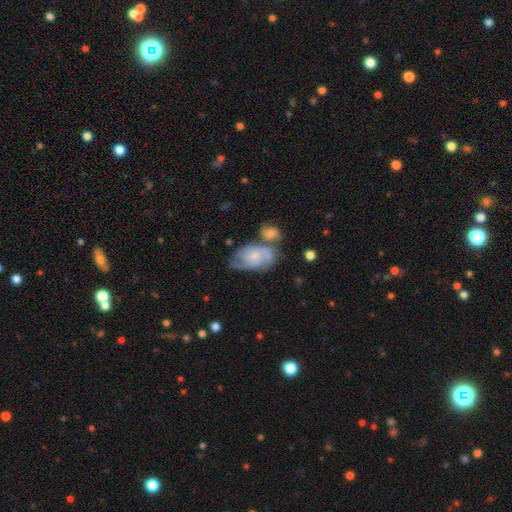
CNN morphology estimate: Smooth or featured? Predicted: featured or disk (p=0.68). Edge-on disk? Predicted: no (p=0.96). Bar? Predicted: no (p=0.72). Spiral arms? Predicted: yes (p=0.87). Spiral winding? Predicted: medium (p=0.42, tied with tight). Spiral arm count? Predicted: 2 (p=0.36). Bulge size? Predicted: small (p=0.55). Merging? Predicted: none (p=0.37).